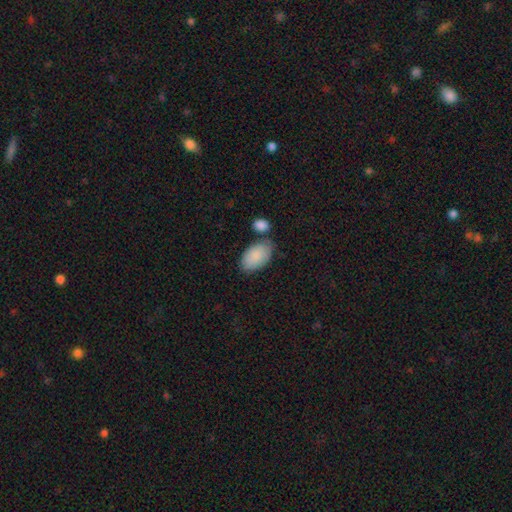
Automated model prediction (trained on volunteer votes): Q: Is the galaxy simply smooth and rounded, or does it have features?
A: smooth — 88%.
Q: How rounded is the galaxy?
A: in between — 95%.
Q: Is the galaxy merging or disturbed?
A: none — 64%.